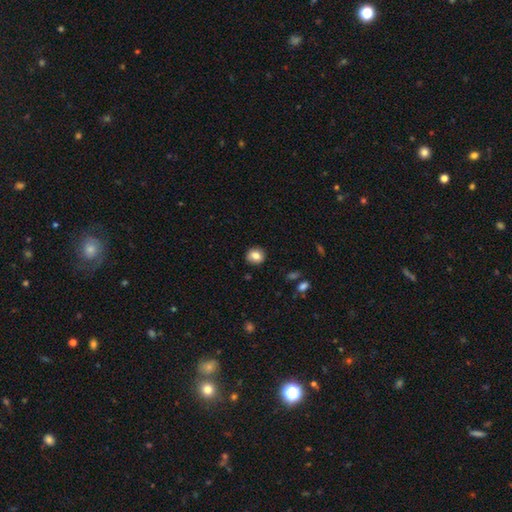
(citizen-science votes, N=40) smooth_or_featured: smooth (p=0.88) [alt: star or artifact p=0.07]
how_rounded: round (p=0.91) [alt: in between p=0.06]
merging: none (p=0.89) [alt: minor disturbance p=0.08]